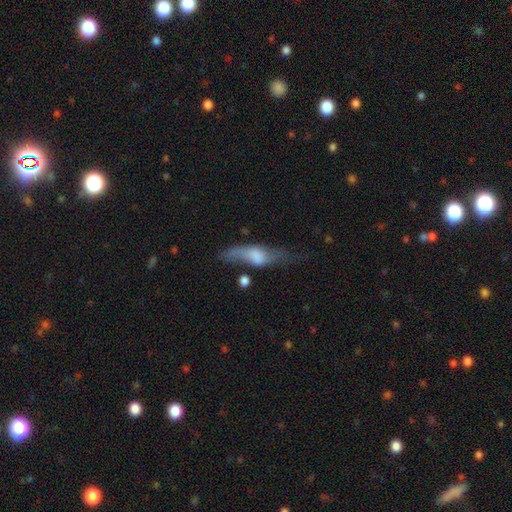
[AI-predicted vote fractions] smooth-or-featured: smooth: 51% | featured or disk: 41% | star or artifact: 8%
  how-rounded: in between: 59% | cigar-shaped: 36% | round: 5%
  merging: none: 36% | major disturbance: 29% | minor disturbance: 27% | merger: 8%